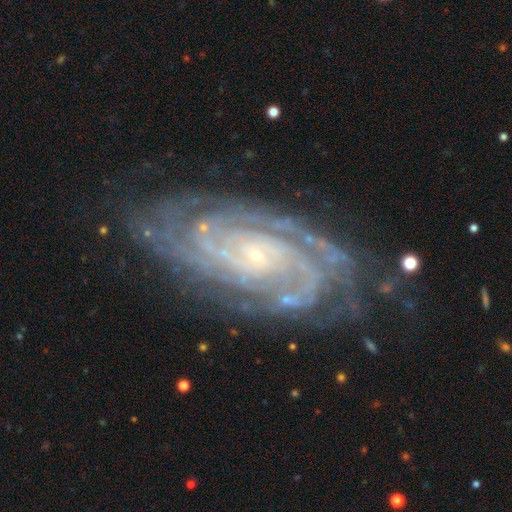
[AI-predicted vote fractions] Smooth or featured?
  - featured or disk: 92% *
  - star or artifact: 5%
  - smooth: 3%
Edge-on disk?
  - no: 96% *
  - yes: 4%
Bar?
  - no: 68% *
  - weak: 22%
  - strong: 10%
Spiral arms?
  - yes: 99% *
  - no: 1%
Spiral winding?
  - tight: 79% *
  - medium: 18%
  - loose: 2%
Spiral arm count?
  - 2: 26% *
  - 3: 19%
  - 4: 18%
  - can't tell: 17%
  - more than 4: 13%
  - 1: 8%
Bulge size?
  - small: 84% *
  - moderate: 10%
  - none: 4%
  - large: 1%
  - dominant: 1%
Merging?
  - none: 76% *
  - minor disturbance: 17%
  - major disturbance: 5%
  - merger: 2%